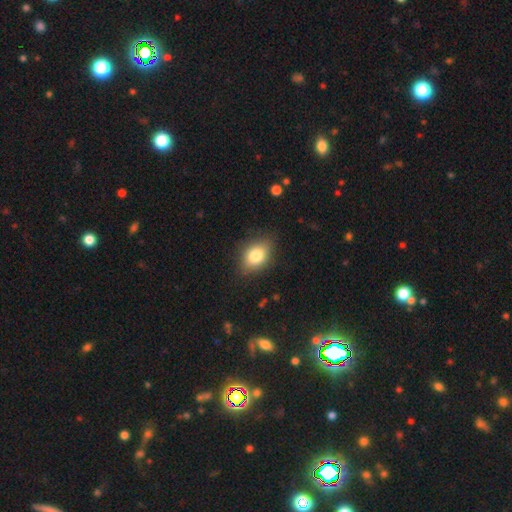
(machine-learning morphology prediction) Overall: smooth (80%). How rounded: in between (76%). Merging: none (80%).